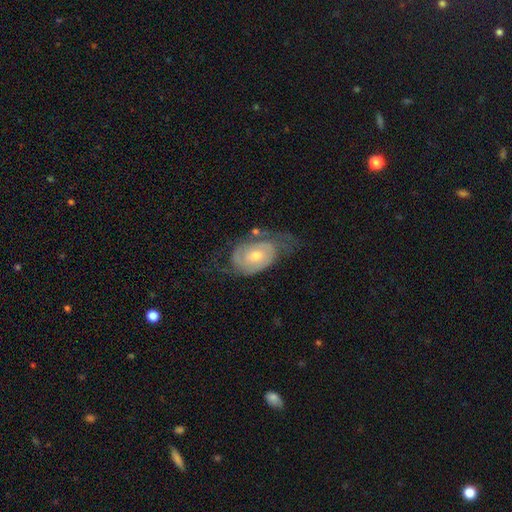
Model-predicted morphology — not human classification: type=featured or disk (79%); edge-on=no (96%); bar=no (61%); spiral arms=yes (90%); winding=tight (48%); arm count=2 (70%); bulge=moderate (61%); merging=none (52%).